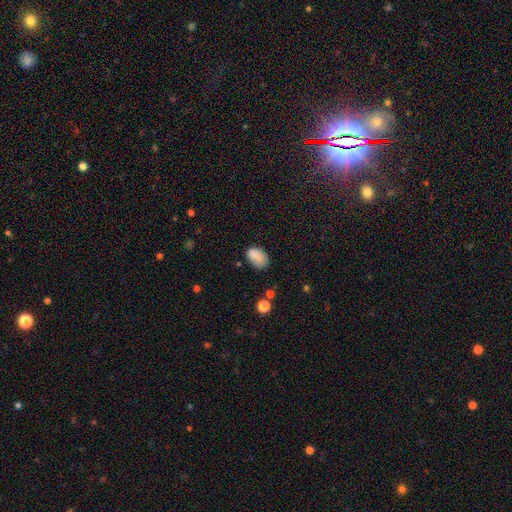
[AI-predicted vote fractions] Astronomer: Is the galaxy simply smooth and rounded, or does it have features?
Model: smooth — 85%.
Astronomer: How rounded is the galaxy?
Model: in between — 87%.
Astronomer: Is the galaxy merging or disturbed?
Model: none — 67%.